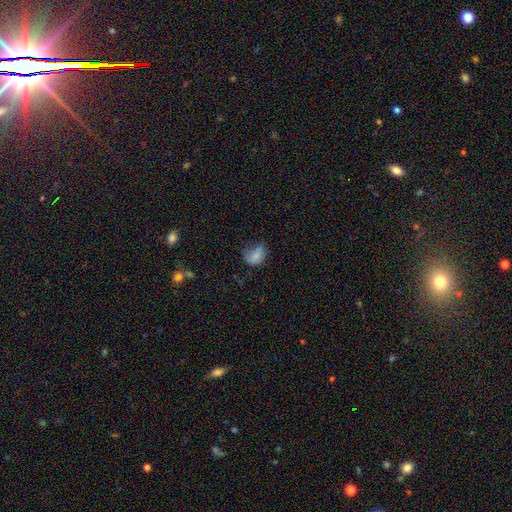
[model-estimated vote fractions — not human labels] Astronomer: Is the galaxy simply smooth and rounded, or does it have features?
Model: smooth — 72%.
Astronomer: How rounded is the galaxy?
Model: in between — 69%.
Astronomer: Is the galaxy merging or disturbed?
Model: none — 37% (runner-up: minor disturbance, 36%).